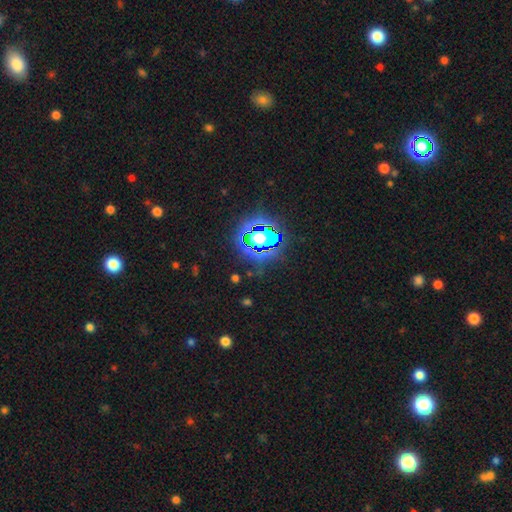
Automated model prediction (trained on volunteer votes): A star or artifact, not a galaxy (82%).

Vote fractions:
- Smooth or featured? star or artifact: 82% / smooth: 11% / featured or disk: 7%